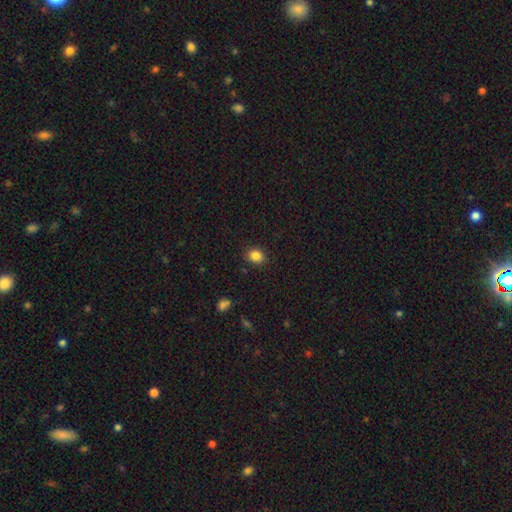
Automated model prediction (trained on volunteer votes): Smooth or featured?
  - smooth: 85% *
  - star or artifact: 11%
  - featured or disk: 4%
How rounded?
  - round: 60% *
  - in between: 39%
  - cigar-shaped: 1%
Merging?
  - none: 88% *
  - minor disturbance: 9%
  - major disturbance: 2%
  - merger: 1%